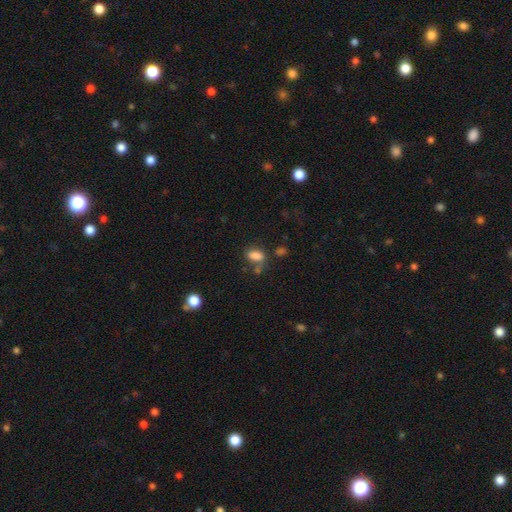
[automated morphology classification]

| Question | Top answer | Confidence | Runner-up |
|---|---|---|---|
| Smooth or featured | smooth | 82% | star or artifact (12%) |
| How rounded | in between | 85% | round (12%) |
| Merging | none | 55% | minor disturbance (19%) |